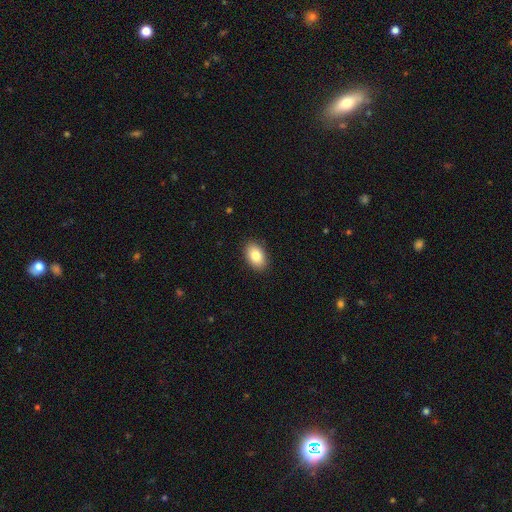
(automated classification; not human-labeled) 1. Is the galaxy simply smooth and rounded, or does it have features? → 84% smooth, 8% featured or disk, 7% star or artifact.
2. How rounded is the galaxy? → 90% in between, 9% round, 1% cigar-shaped.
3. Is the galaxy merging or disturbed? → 89% none, 8% minor disturbance, 2% major disturbance, 1% merger.